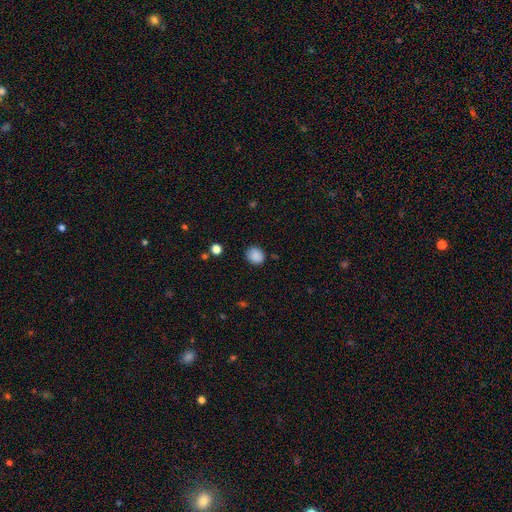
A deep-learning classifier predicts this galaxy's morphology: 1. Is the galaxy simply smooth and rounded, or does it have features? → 87% smooth, 10% star or artifact, 4% featured or disk.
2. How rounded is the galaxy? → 62% round, 37% in between, 1% cigar-shaped.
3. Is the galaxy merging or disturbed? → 80% none, 15% minor disturbance, 3% major disturbance, 2% merger.